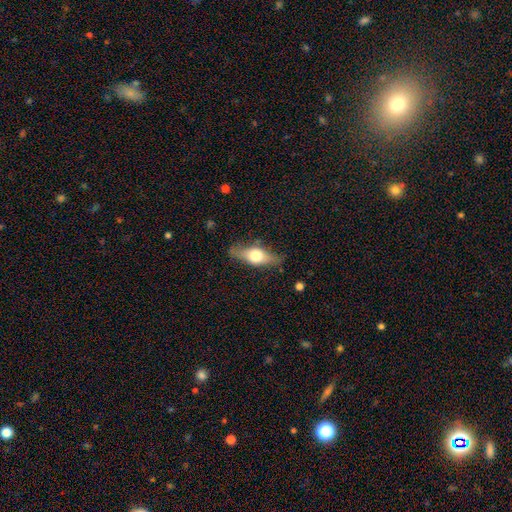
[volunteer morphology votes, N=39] smooth 62%, featured or disk 36%, star or artifact 3%. Down the decision tree: how rounded — cigar-shaped (54%); merging — none (87%).